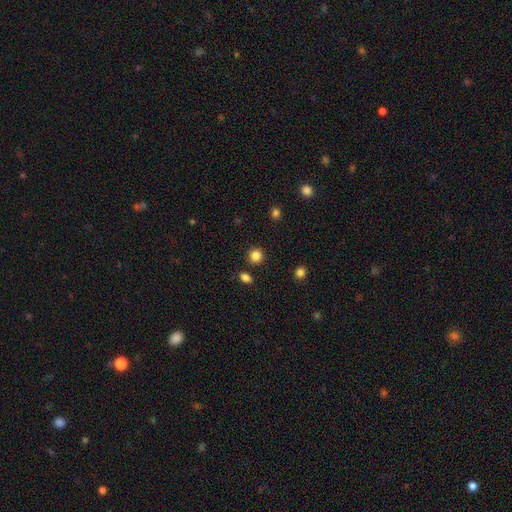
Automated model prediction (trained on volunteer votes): Smooth or featured?
  - smooth: 85% *
  - star or artifact: 11%
  - featured or disk: 4%
How rounded?
  - round: 90% *
  - in between: 9%
  - cigar-shaped: 1%
Merging?
  - none: 88% *
  - minor disturbance: 6%
  - merger: 4%
  - major disturbance: 2%